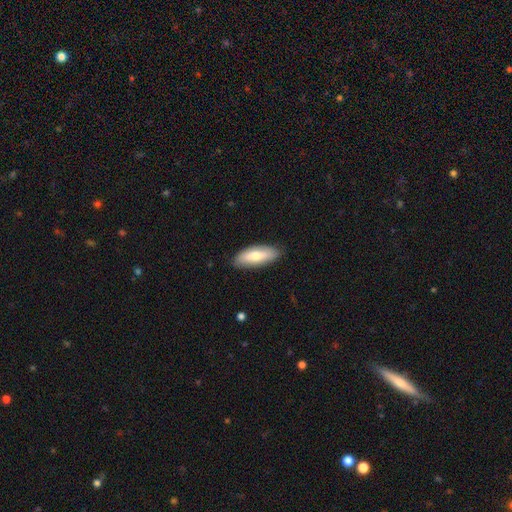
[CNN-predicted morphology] smooth_or_featured: smooth (p=0.70) [alt: featured or disk p=0.24]
how_rounded: in between (p=0.69) [alt: cigar-shaped p=0.29]
merging: none (p=0.86) [alt: minor disturbance p=0.11]